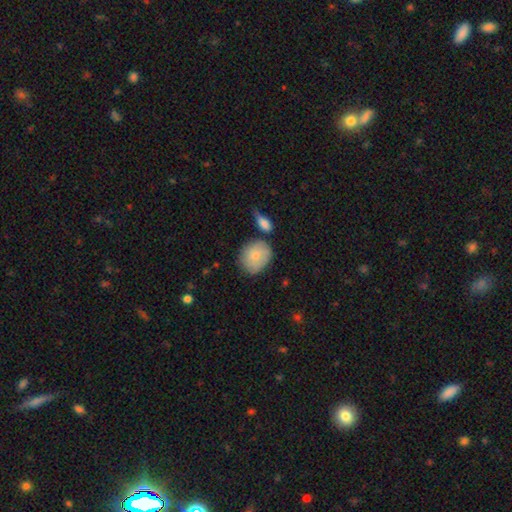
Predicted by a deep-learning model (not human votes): Q: Smooth or featured?
A: smooth (77%); runner-up: featured or disk (17%)
Q: How rounded?
A: round (62%); runner-up: in between (37%)
Q: Merging?
A: none (60%); runner-up: minor disturbance (22%)